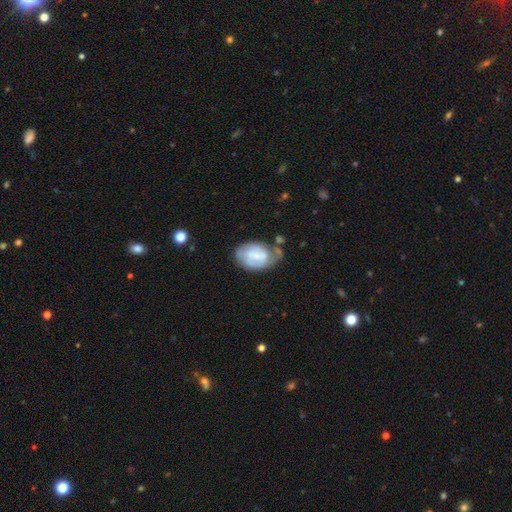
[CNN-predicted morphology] Q: Smooth or featured?
A: featured or disk (58%); runner-up: smooth (35%)
Q: Edge-on disk?
A: no (97%); runner-up: yes (3%)
Q: Bar?
A: no (45%); runner-up: weak (44%)
Q: Spiral arms?
A: yes (78%); runner-up: no (22%)
Q: Bulge size?
A: small (44%); runner-up: none (27%)
Q: Merging?
A: none (40%); runner-up: minor disturbance (32%)